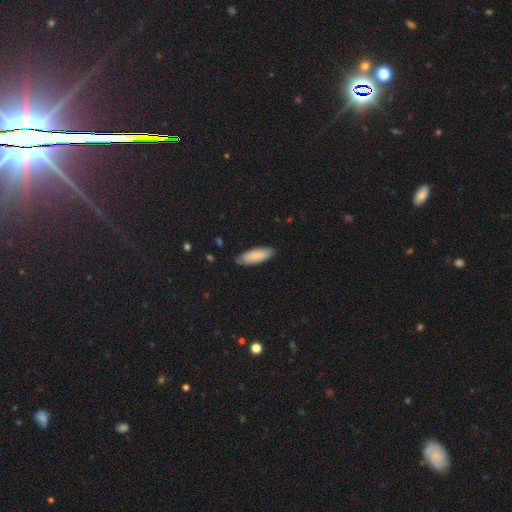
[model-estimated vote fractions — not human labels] smooth 86%, featured or disk 9%, star or artifact 5%. Down the decision tree: how rounded — in between (69%); merging — none (76%).